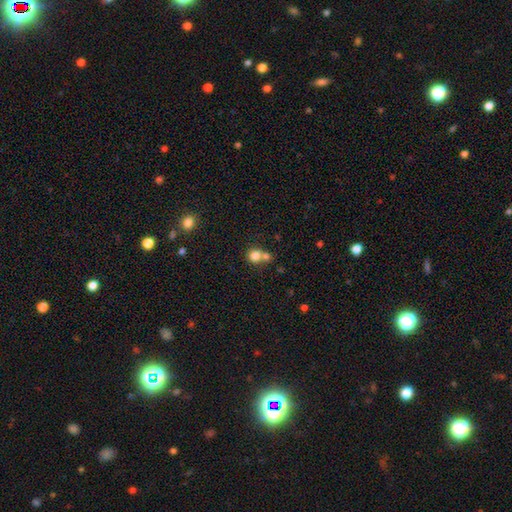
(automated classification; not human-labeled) Smooth or featured?
  - smooth: 80% *
  - star or artifact: 11%
  - featured or disk: 9%
How rounded?
  - round: 85% *
  - in between: 14%
  - cigar-shaped: 1%
Merging?
  - merger: 48% *
  - none: 42%
  - minor disturbance: 7%
  - major disturbance: 3%